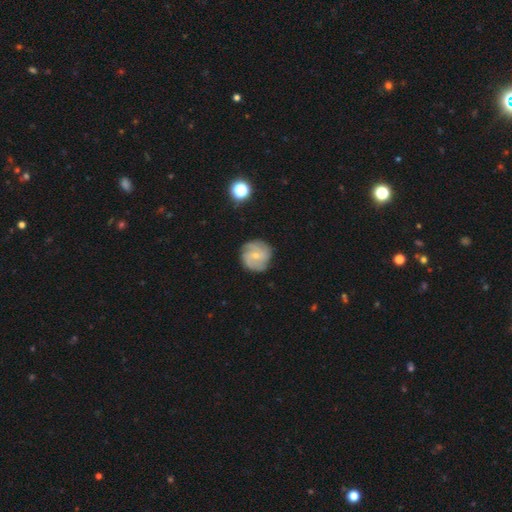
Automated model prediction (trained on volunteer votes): A featured or disk galaxy (71%) with no bar (51%), 3 (32%) tight (48%) spiral arms (93%) and a small central bulge (68%).

Vote fractions:
- Smooth or featured? featured or disk: 71% / smooth: 22% / star or artifact: 7%
- Edge-on disk? no: 98% / yes: 2%
- Bar? no: 51% / weak: 41% / strong: 8%
- Spiral arms? yes: 93% / no: 7%
- Spiral winding? tight: 48% / medium: 40% / loose: 12%
- Spiral arm count? 3: 32% / 2: 28% / can't tell: 23% / 4: 8% / 1: 4% / more than 4: 4%
- Bulge size? small: 68% / moderate: 27% / none: 3% / large: 1% / dominant: 1%
- Merging? none: 79% / minor disturbance: 15% / major disturbance: 4% / merger: 1%